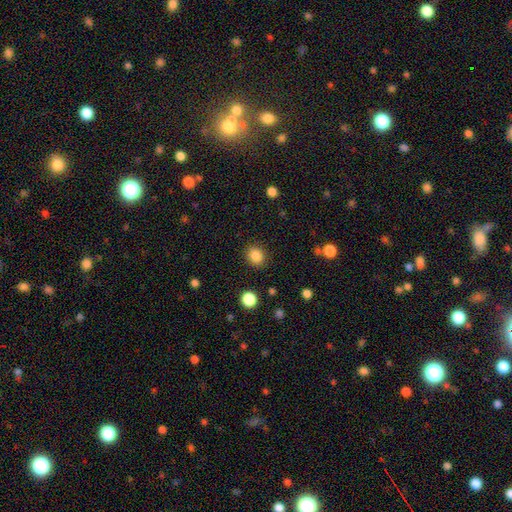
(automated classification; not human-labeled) Smooth or featured: smooth — 85% (star or artifact — 10%)
How rounded: round — 68% (in between — 31%)
Merging: none — 88% (minor disturbance — 8%)